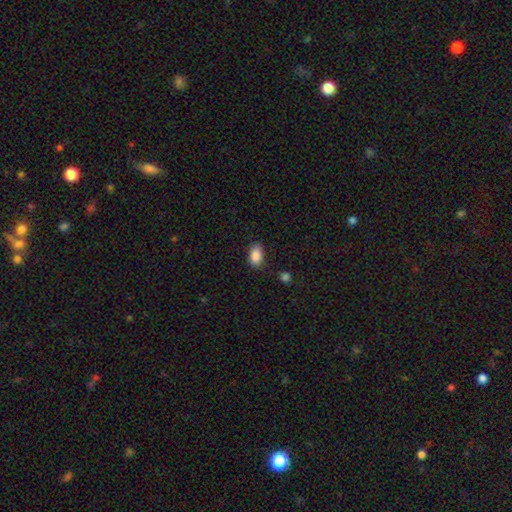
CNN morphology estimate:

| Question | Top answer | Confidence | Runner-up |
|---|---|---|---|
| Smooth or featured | smooth | 88% | star or artifact (8%) |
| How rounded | in between | 90% | round (7%) |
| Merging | none | 77% | minor disturbance (18%) |